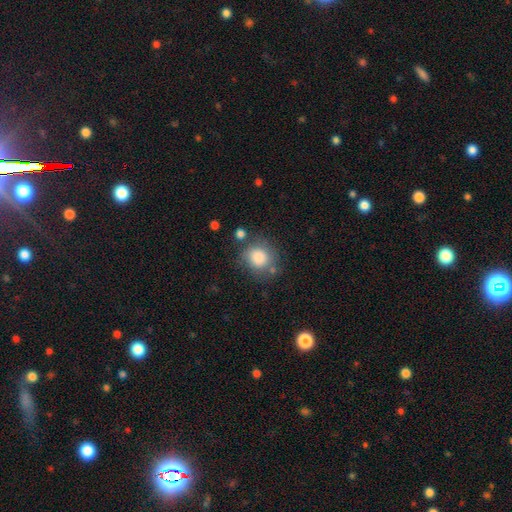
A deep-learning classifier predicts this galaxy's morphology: Q: Smooth or featured?
A: smooth (81%); runner-up: star or artifact (10%)
Q: How rounded?
A: round (79%); runner-up: in between (20%)
Q: Merging?
A: none (69%); runner-up: minor disturbance (18%)